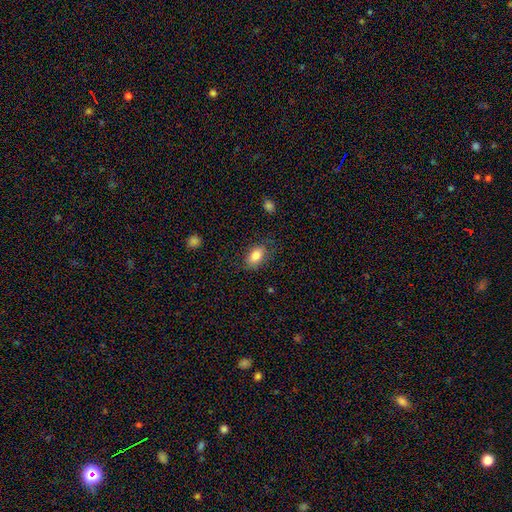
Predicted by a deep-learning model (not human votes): smooth_or_featured: smooth (p=0.83) [alt: featured or disk p=0.09]
how_rounded: in between (p=0.88) [alt: round p=0.10]
merging: none (p=0.77) [alt: minor disturbance p=0.16]